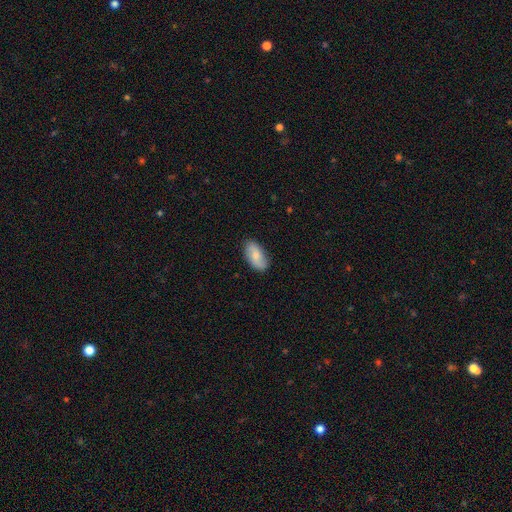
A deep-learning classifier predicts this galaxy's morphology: The model was most divided on "smooth or featured": smooth: 67%, featured or disk: 27%, star or artifact: 6%. More confident: how rounded — in between (93%); merging — none (83%).